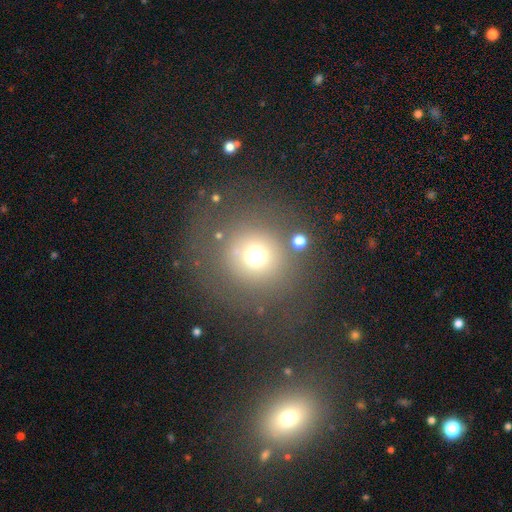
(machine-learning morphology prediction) Smooth or featured? smooth (67%)
How rounded? round (94%)
Merging? none (75%)